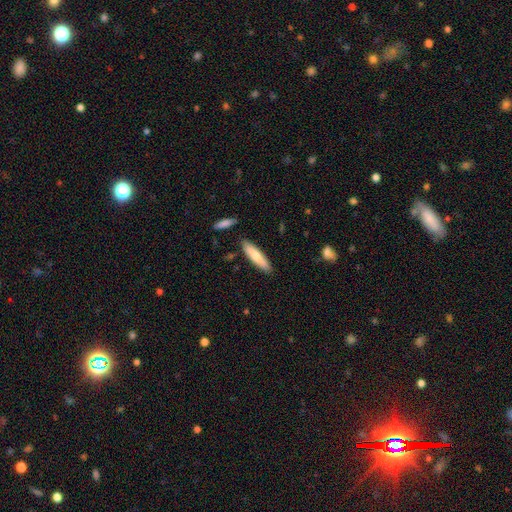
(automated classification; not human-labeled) A smooth galaxy with no disk features (73%) that is cigar-shaped (71%).

Vote fractions:
- Smooth or featured? smooth: 73% / featured or disk: 21% / star or artifact: 6%
- How rounded? cigar-shaped: 71% / in between: 27% / round: 1%
- Merging? none: 84% / minor disturbance: 11% / merger: 3% / major disturbance: 2%